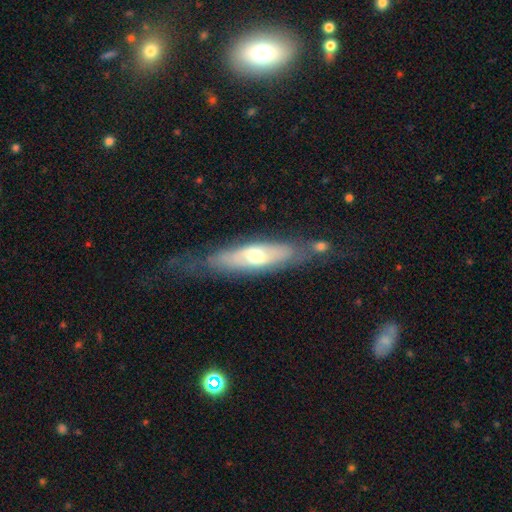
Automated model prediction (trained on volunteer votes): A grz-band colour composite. It shows a featured or disk galaxy (58%). Merging: none (60%).